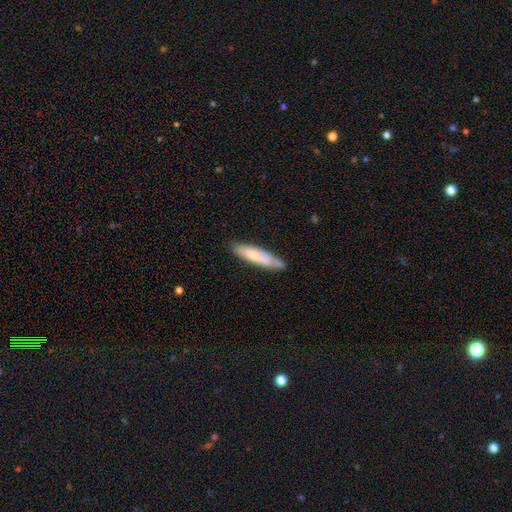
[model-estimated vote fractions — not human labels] Morphology: type=smooth (65%); roundness=cigar-shaped (78%); merging=none (68%).